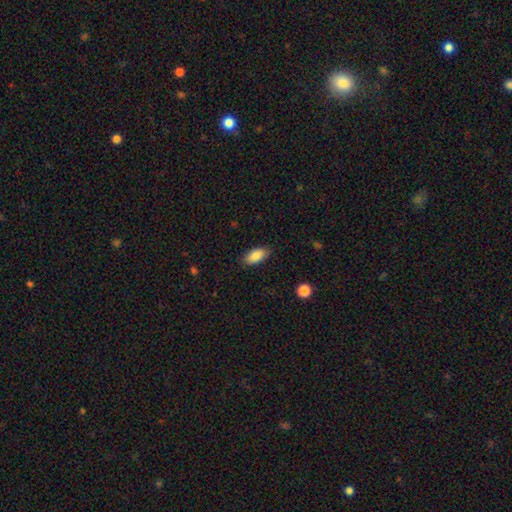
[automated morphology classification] Overall: smooth (86%). How rounded: in between (91%). Merging: none (86%).